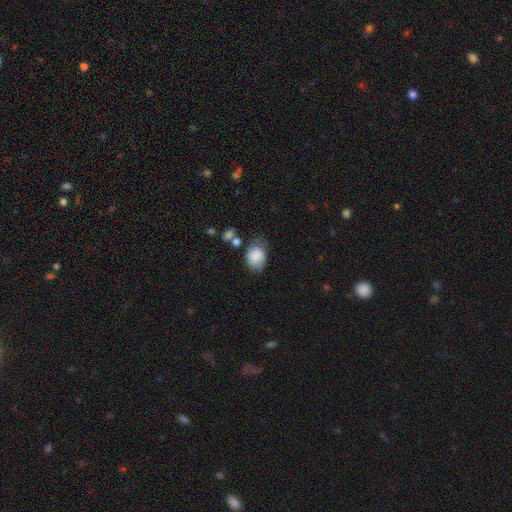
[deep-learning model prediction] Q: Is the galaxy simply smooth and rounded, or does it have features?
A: smooth — 82%.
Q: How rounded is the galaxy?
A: in between — 77%.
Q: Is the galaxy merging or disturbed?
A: none — 51%.